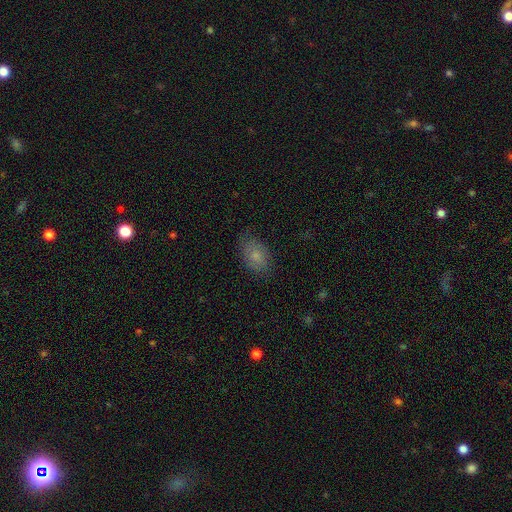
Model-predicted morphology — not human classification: Q: Smooth or featured?
A: smooth (73%); runner-up: featured or disk (17%)
Q: How rounded?
A: in between (86%); runner-up: round (13%)
Q: Merging?
A: none (74%); runner-up: minor disturbance (20%)